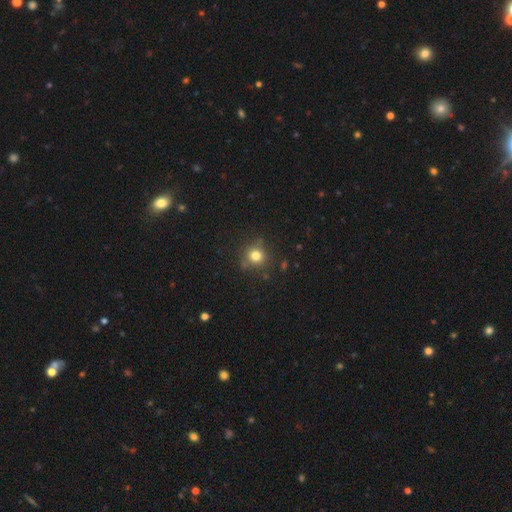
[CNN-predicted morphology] smooth 78%, star or artifact 14%, featured or disk 7%. Down the decision tree: how rounded — round (90%); merging — none (82%).